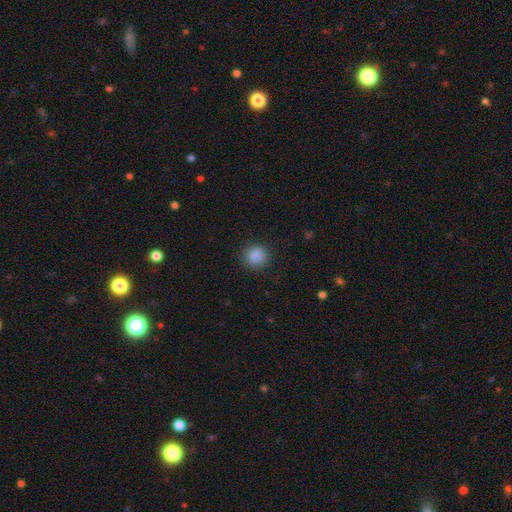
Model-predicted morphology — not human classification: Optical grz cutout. It shows a smooth galaxy with no disk features (87%) that is round (91%). Merging: none (89%).